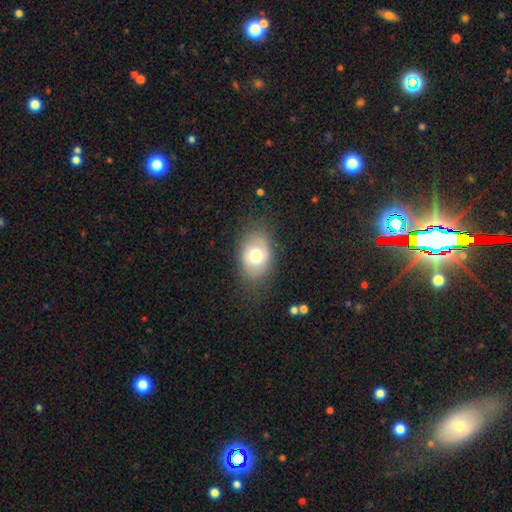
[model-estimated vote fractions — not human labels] A smooth galaxy with no disk features (69%) that is in between round and cigar-shaped (77%).

Vote fractions:
- Smooth or featured? smooth: 69% / featured or disk: 21% / star or artifact: 9%
- How rounded? in between: 77% / round: 22% / cigar-shaped: 1%
- Merging? none: 75% / minor disturbance: 17% / major disturbance: 7% / merger: 1%